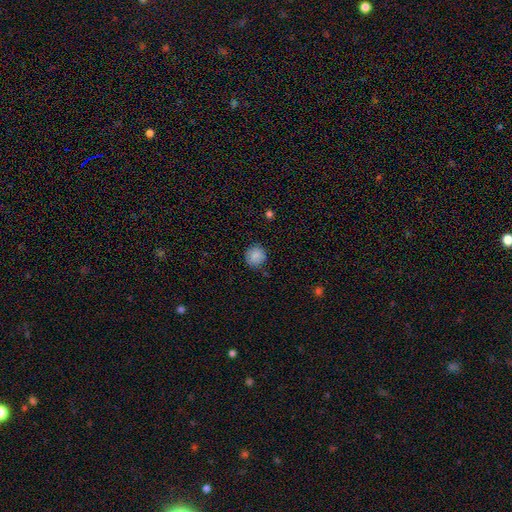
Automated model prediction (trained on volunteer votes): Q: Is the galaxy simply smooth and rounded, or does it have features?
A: smooth — 87%.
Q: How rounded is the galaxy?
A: round — 88%.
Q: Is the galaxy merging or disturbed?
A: none — 85%.